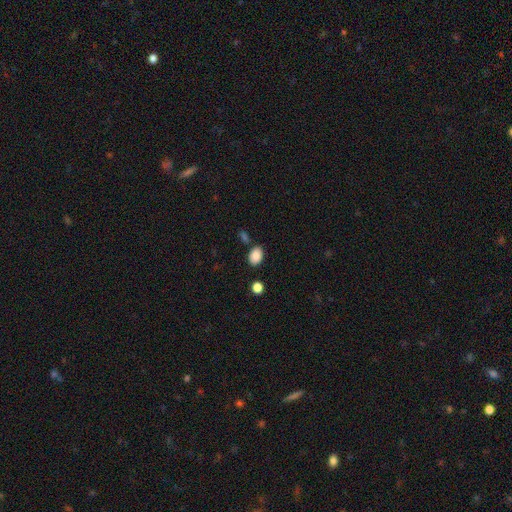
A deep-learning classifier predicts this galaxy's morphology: Smooth or featured?
  - smooth: 87% *
  - star or artifact: 8%
  - featured or disk: 5%
How rounded?
  - in between: 83% *
  - round: 16%
  - cigar-shaped: 1%
Merging?
  - none: 78% *
  - minor disturbance: 13%
  - merger: 6%
  - major disturbance: 3%